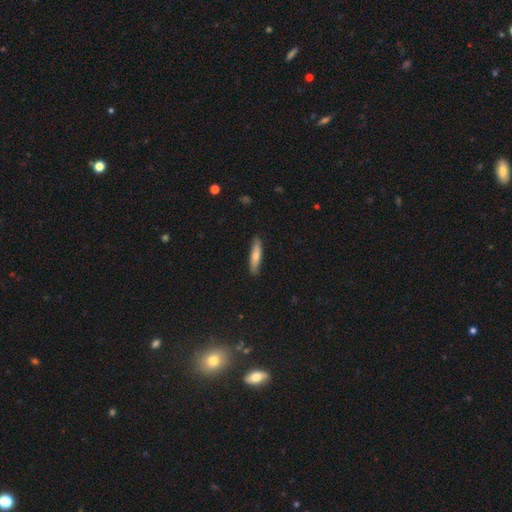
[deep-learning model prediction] Q: Smooth or featured?
A: smooth (71%); runner-up: featured or disk (24%)
Q: How rounded?
A: cigar-shaped (84%); runner-up: in between (15%)
Q: Merging?
A: none (88%); runner-up: minor disturbance (9%)